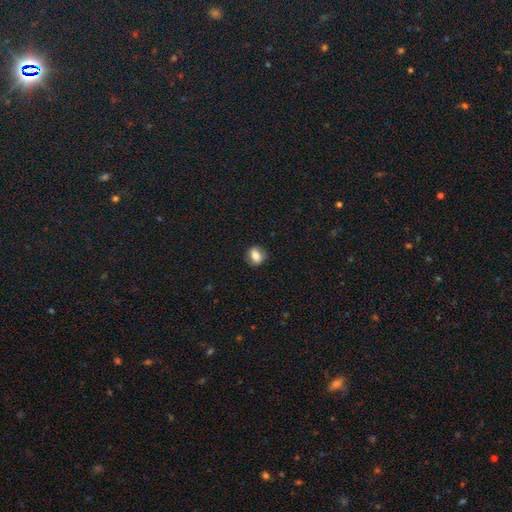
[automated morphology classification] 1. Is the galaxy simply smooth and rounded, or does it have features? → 75% smooth, 15% featured or disk, 9% star or artifact.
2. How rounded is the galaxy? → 51% in between, 47% round, 2% cigar-shaped.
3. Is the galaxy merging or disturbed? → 82% none, 13% minor disturbance, 4% major disturbance, 1% merger.